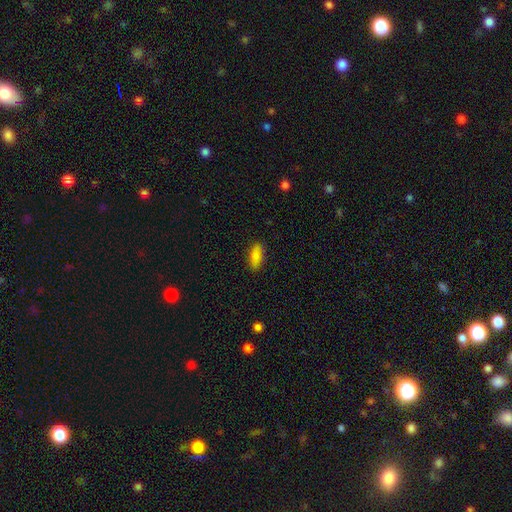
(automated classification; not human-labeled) smooth-or-featured: smooth: 83% | featured or disk: 10% | star or artifact: 7%
  how-rounded: in between: 76% | cigar-shaped: 21% | round: 3%
  merging: none: 87% | minor disturbance: 10% | major disturbance: 2% | merger: 1%